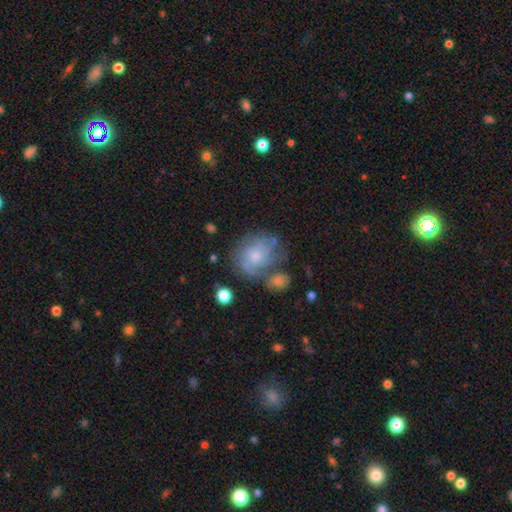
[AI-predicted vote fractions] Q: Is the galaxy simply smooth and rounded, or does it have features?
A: featured or disk — 58%.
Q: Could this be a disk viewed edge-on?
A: no — 97%.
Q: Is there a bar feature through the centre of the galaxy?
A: no — 77%.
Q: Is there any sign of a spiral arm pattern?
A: yes — 77%.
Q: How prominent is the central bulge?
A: small — 46%.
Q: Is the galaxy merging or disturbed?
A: none — 49%.